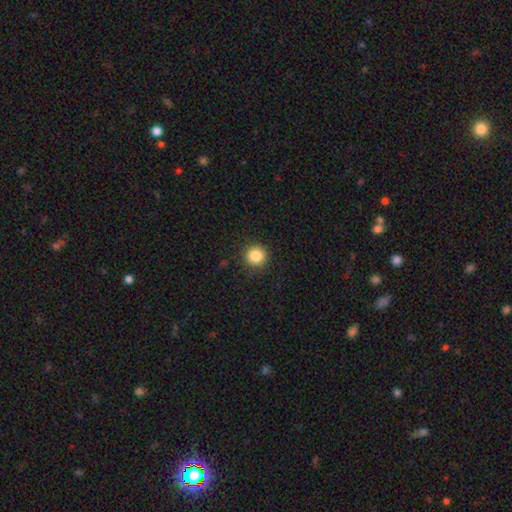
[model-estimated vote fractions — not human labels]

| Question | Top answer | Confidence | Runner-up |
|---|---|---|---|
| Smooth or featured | smooth | 86% | star or artifact (10%) |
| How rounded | round | 94% | in between (5%) |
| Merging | none | 91% | minor disturbance (6%) |